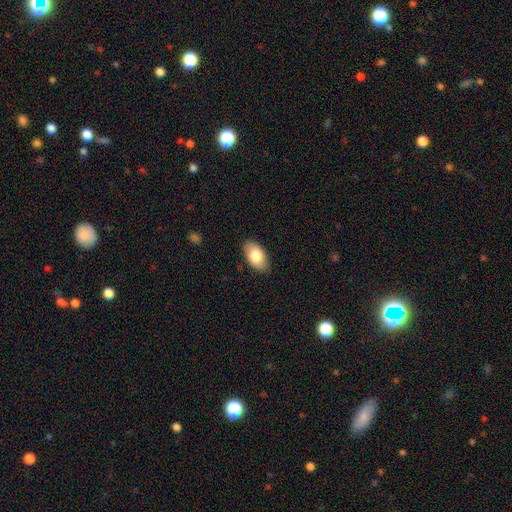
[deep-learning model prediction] Morphology: type=smooth (79%); roundness=in between (94%); merging=none (85%).